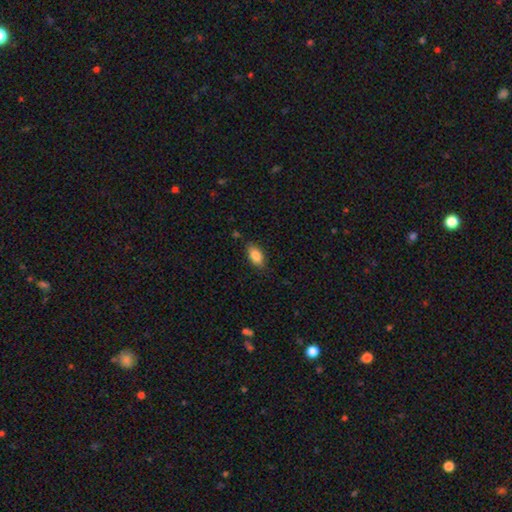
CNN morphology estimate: Q: Smooth or featured?
A: smooth (83%); runner-up: featured or disk (9%)
Q: How rounded?
A: in between (89%); runner-up: cigar-shaped (7%)
Q: Merging?
A: none (81%); runner-up: minor disturbance (14%)